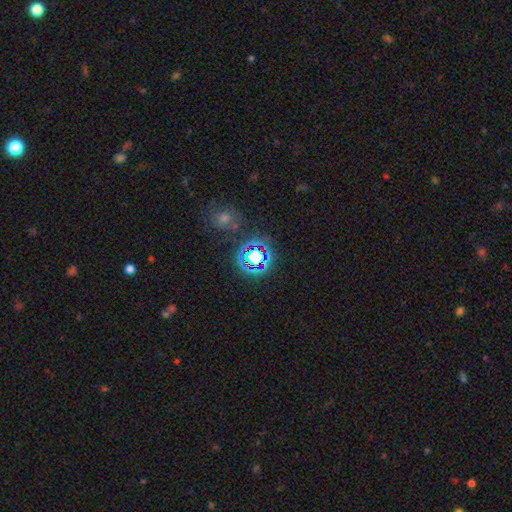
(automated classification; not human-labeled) Smooth or featured? star or artifact (67%)